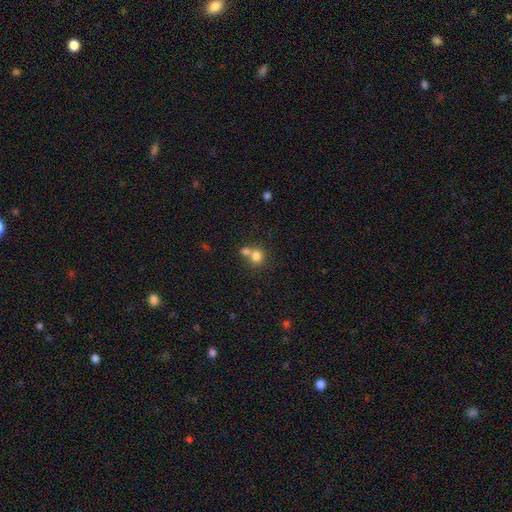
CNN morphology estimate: smooth 78%, star or artifact 12%, featured or disk 10%. Down the decision tree: how rounded — round (80%); merging — merger (48%).